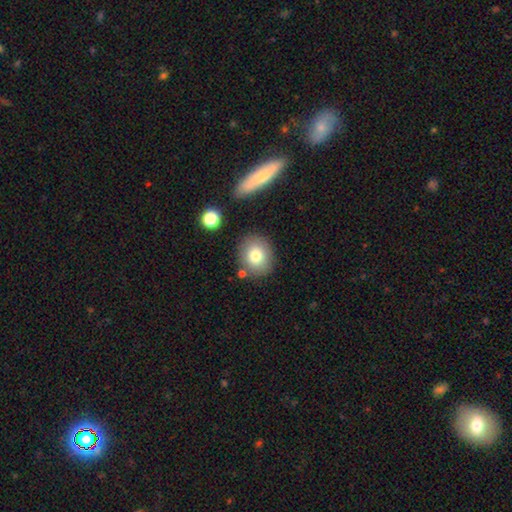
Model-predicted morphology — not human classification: Q: Smooth or featured?
A: smooth (79%); runner-up: featured or disk (11%)
Q: How rounded?
A: round (72%); runner-up: in between (27%)
Q: Merging?
A: none (79%); runner-up: minor disturbance (11%)